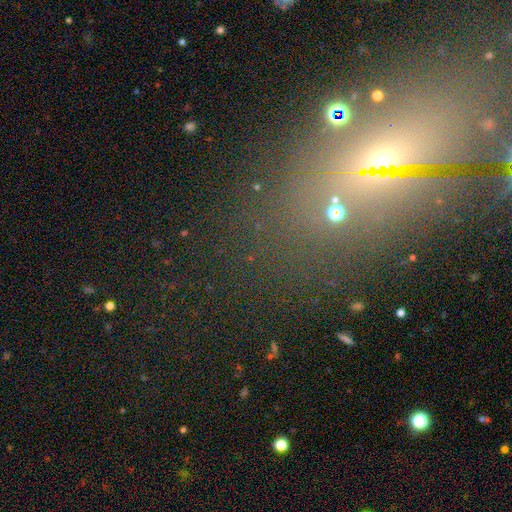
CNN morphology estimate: The model was most divided on "smooth or featured": star or artifact: 51%, smooth: 25%, featured or disk: 24%.